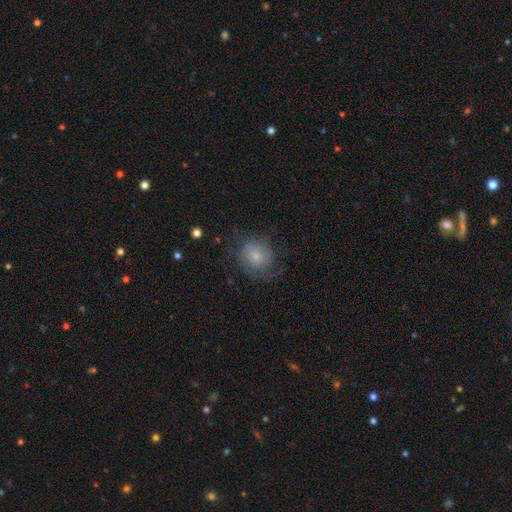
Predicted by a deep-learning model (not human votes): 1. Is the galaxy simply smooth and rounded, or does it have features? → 52% smooth, 39% featured or disk, 9% star or artifact.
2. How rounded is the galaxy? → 82% round, 17% in between, 1% cigar-shaped.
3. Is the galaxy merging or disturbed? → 60% none, 22% minor disturbance, 17% major disturbance, 1% merger.